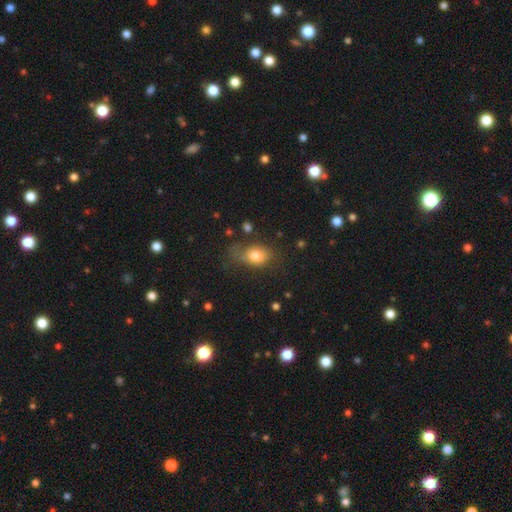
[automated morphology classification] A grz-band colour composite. It shows a smooth galaxy with no disk features (78%) that is in between round and cigar-shaped (66%). Merging: none (48%).